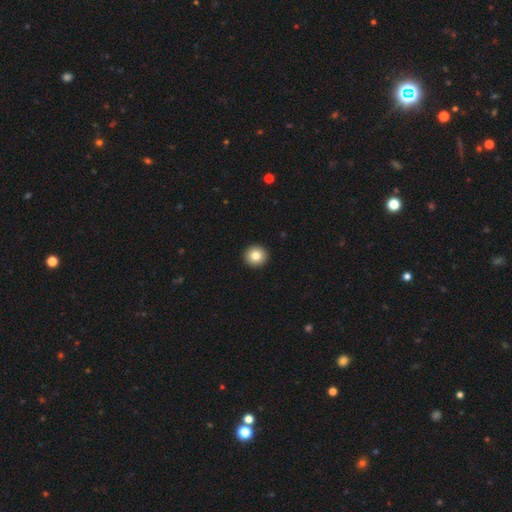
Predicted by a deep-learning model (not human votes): smooth-or-featured: smooth: 82% | star or artifact: 9% | featured or disk: 9%
  how-rounded: round: 94% | in between: 5% | cigar-shaped: 1%
  merging: none: 94% | minor disturbance: 4% | major disturbance: 1% | merger: 1%